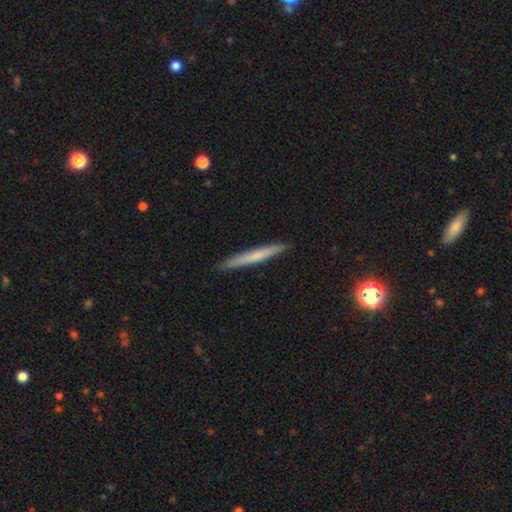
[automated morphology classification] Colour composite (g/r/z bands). It shows a smooth galaxy with no disk features (60%) that is cigar-shaped (97%). Merging: none (91%).